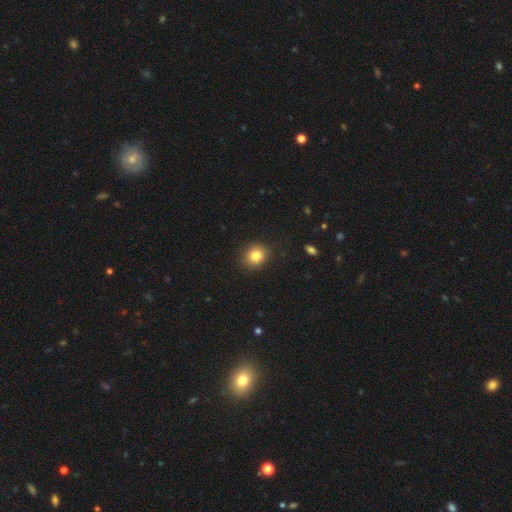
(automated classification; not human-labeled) This is clearly a smooth galaxy (83%). How rounded: likely round (75%). Merging: clearly none (88%).